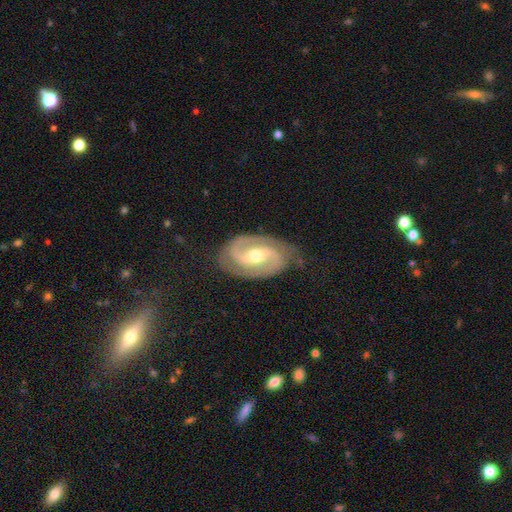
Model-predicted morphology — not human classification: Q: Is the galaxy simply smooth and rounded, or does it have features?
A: featured or disk — 90%.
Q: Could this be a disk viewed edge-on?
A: no — 97%.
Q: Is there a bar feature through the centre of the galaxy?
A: weak — 45%.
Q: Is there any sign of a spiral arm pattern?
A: yes — 97%.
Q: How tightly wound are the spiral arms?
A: medium — 53%.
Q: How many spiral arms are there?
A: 2 — 92%.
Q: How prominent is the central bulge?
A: moderate — 68%.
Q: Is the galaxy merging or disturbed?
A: none — 77%.